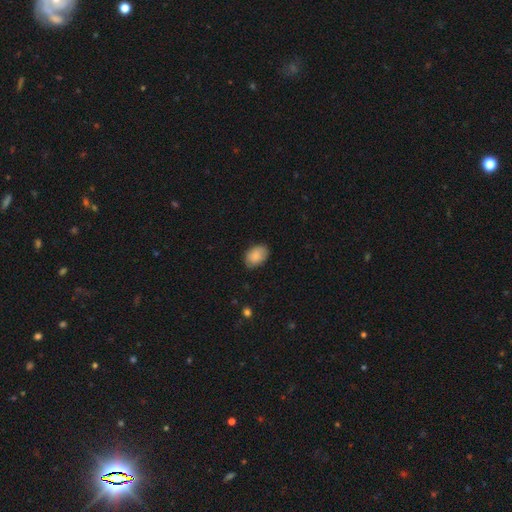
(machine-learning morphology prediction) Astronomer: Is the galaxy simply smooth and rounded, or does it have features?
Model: smooth — 87%.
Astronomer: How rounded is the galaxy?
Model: in between — 84%.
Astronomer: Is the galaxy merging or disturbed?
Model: none — 82%.